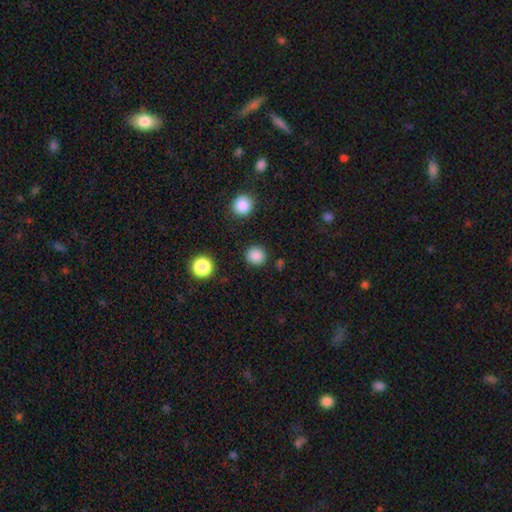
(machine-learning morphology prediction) smooth_or_featured: smooth (p=0.85) [alt: star or artifact p=0.12]
how_rounded: round (p=0.92) [alt: in between p=0.07]
merging: none (p=0.89) [alt: minor disturbance p=0.07]